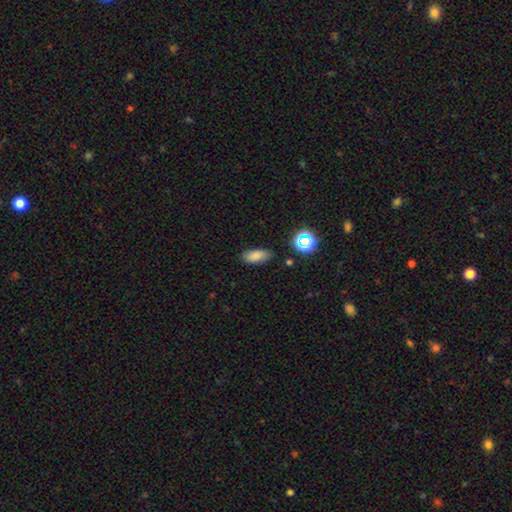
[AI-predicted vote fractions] A smooth galaxy with no disk features (81%) that is in between round and cigar-shaped (84%). Merging: none (81%).